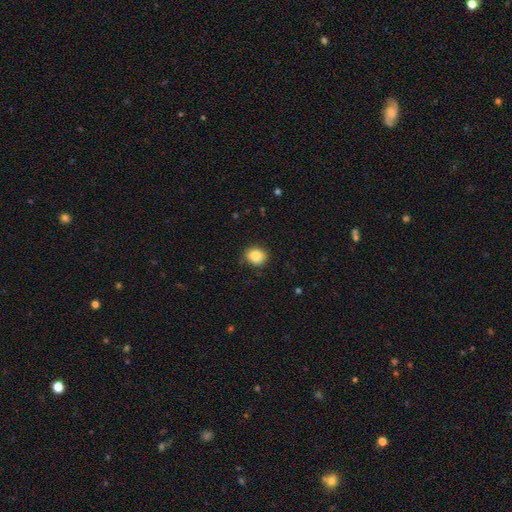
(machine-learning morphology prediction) type=smooth (86%); roundness=round (67%); merging=none (82%).